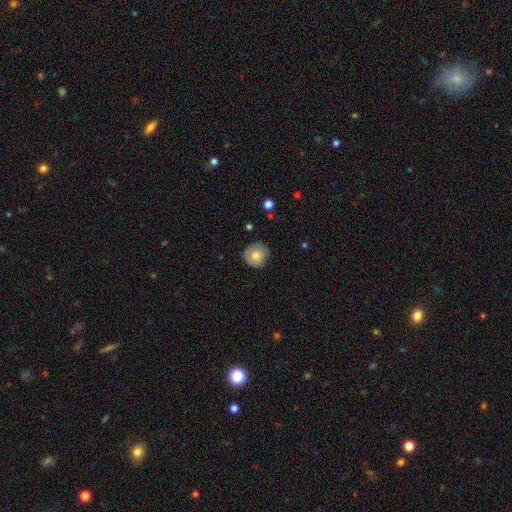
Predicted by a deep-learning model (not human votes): Smooth or featured?
  - smooth: 76% *
  - featured or disk: 17%
  - star or artifact: 8%
How rounded?
  - round: 91% *
  - in between: 8%
  - cigar-shaped: 1%
Merging?
  - none: 81% *
  - minor disturbance: 15%
  - major disturbance: 3%
  - merger: 1%